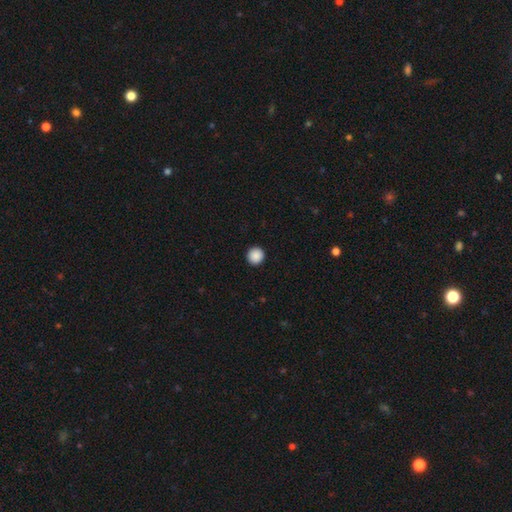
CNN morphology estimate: A smooth galaxy with no disk features (89%) that is round (96%). Merging: none (94%).